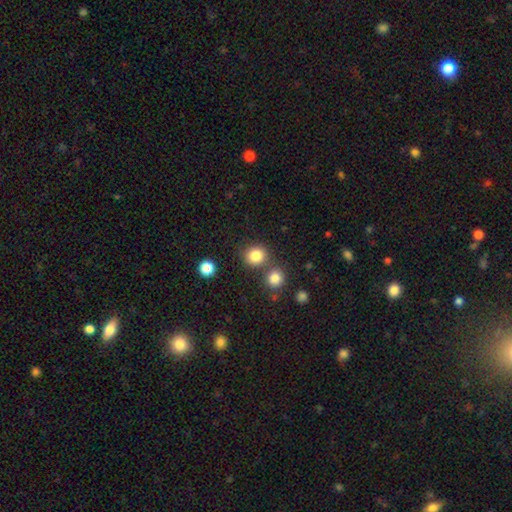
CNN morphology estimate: Q: Smooth or featured?
A: smooth (83%); runner-up: star or artifact (11%)
Q: How rounded?
A: round (87%); runner-up: in between (12%)
Q: Merging?
A: none (74%); runner-up: merger (15%)